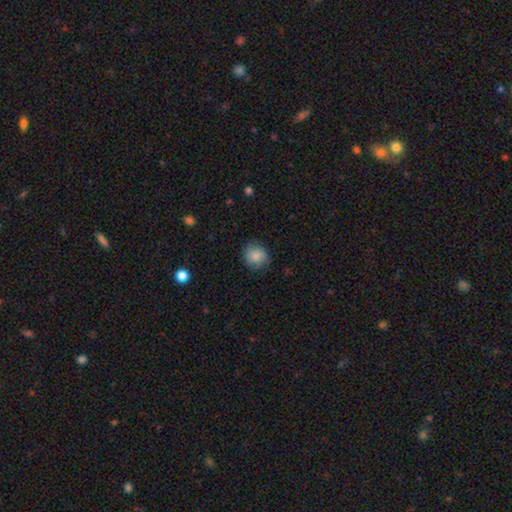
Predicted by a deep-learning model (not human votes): Smooth or featured? smooth (80%)
How rounded? round (84%)
Merging? none (79%)